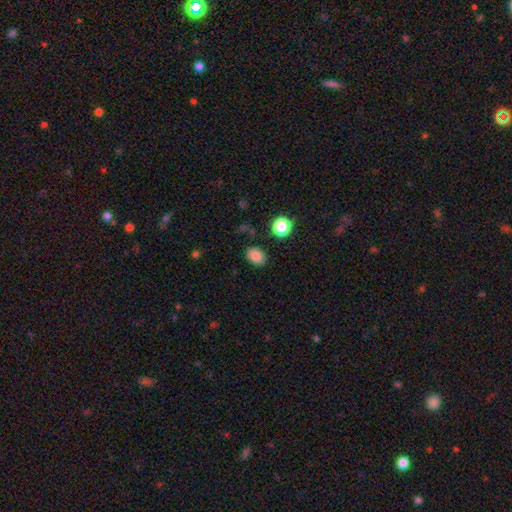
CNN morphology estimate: This appears to be a smooth galaxy with no disk features (85%) that is in between round and cigar-shaped (72%). Merging: none (85%).